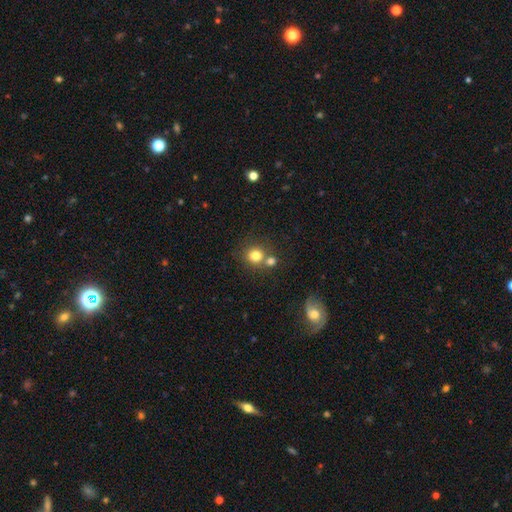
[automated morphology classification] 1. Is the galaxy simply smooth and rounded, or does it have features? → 79% smooth, 12% star or artifact, 9% featured or disk.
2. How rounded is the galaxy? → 87% round, 12% in between, 1% cigar-shaped.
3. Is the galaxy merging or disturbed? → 57% none, 30% merger, 9% minor disturbance, 4% major disturbance.